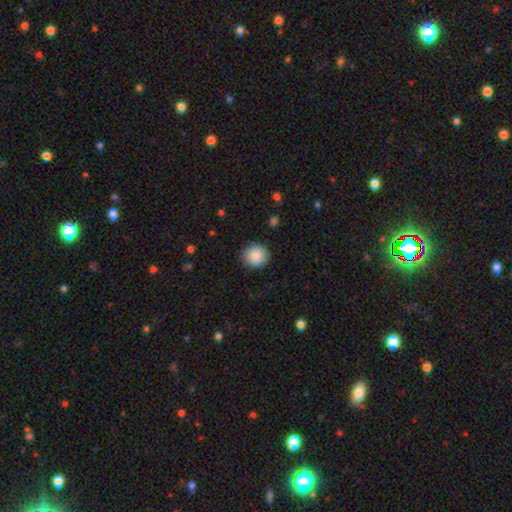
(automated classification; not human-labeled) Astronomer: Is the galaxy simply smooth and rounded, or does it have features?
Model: smooth — 88%.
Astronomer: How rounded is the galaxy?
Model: round — 91%.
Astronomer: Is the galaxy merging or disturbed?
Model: none — 90%.